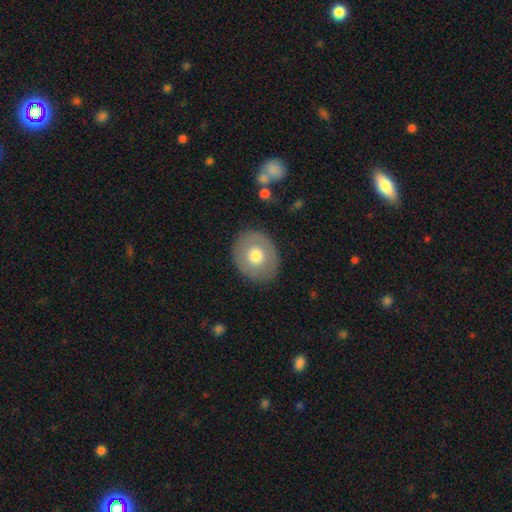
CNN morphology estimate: A smooth galaxy with no disk features (63%) that is round (55%). Merging: none (86%).